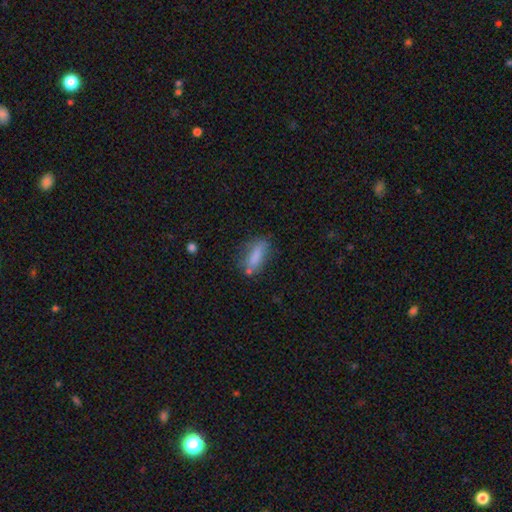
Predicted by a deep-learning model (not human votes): smooth-or-featured: smooth: 79% | featured or disk: 13% | star or artifact: 9%
  how-rounded: in between: 59% | cigar-shaped: 38% | round: 3%
  merging: none: 62% | minor disturbance: 22% | major disturbance: 8% | merger: 8%